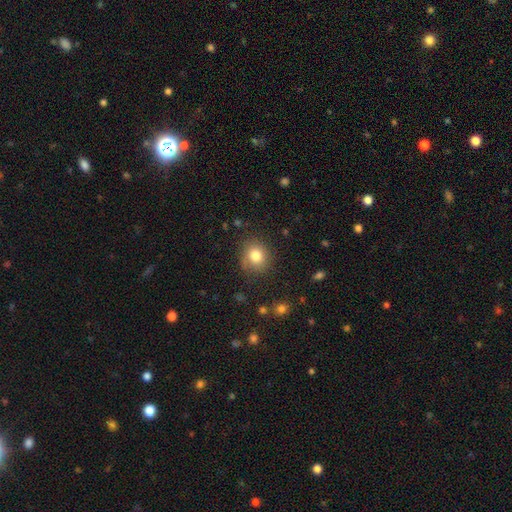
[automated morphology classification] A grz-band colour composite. It shows a smooth galaxy with no disk features (80%) that is round (82%). Merging: none (80%).